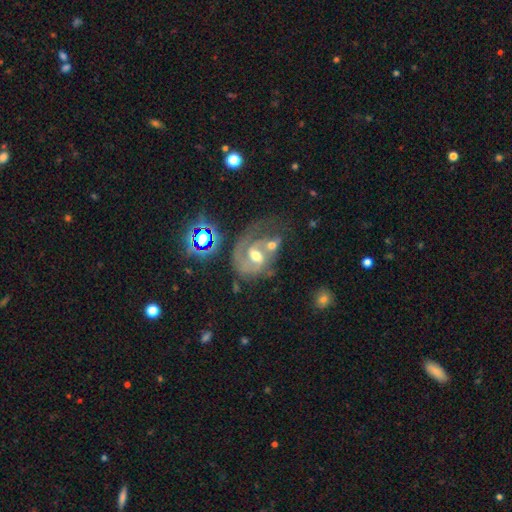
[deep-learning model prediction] Smooth or featured? Predicted: featured or disk (p=0.79). Edge-on disk? Predicted: no (p=0.97). Bar? Predicted: weak (p=0.49). Spiral arms? Predicted: yes (p=0.89). Spiral winding? Predicted: medium (p=0.46). Spiral arm count? Predicted: 2 (p=0.47). Bulge size? Predicted: moderate (p=0.69). Merging? Predicted: merger (p=0.32).